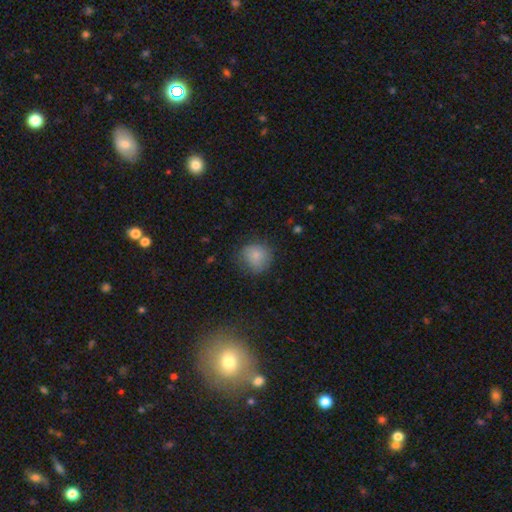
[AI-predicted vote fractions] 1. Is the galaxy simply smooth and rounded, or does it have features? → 82% smooth, 9% featured or disk, 9% star or artifact.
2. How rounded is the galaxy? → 85% round, 14% in between, 1% cigar-shaped.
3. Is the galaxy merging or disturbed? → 69% none, 22% minor disturbance, 8% major disturbance, 2% merger.